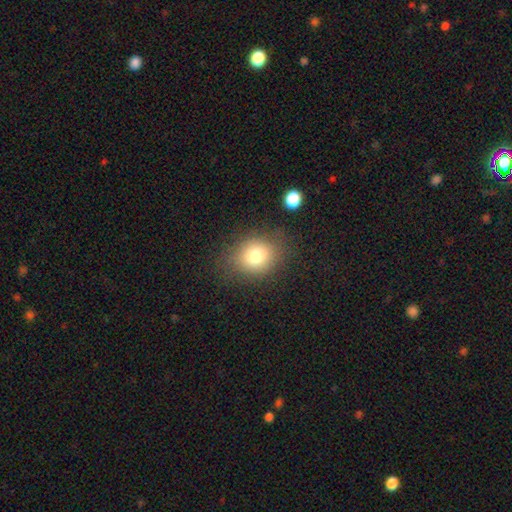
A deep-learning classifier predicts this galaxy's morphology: Smooth or featured? Predicted: smooth (p=0.78). How rounded? Predicted: round (p=0.60). Merging? Predicted: none (p=0.77).